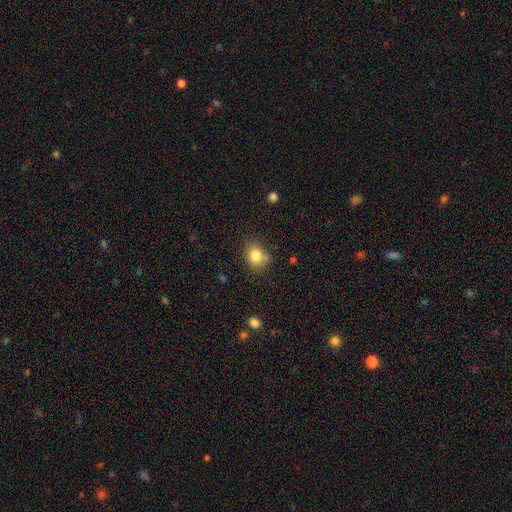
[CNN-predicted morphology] Overall: smooth (82%). How rounded: round (58%; in between 41%). Merging: none (68%).